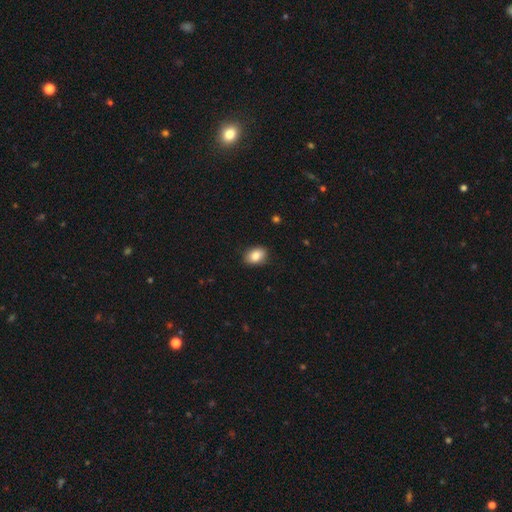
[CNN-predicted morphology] The model was most divided on "how rounded": in between: 78%, round: 21%, cigar-shaped: 1%. More confident: merging — none (87%); smooth or featured — smooth (85%).